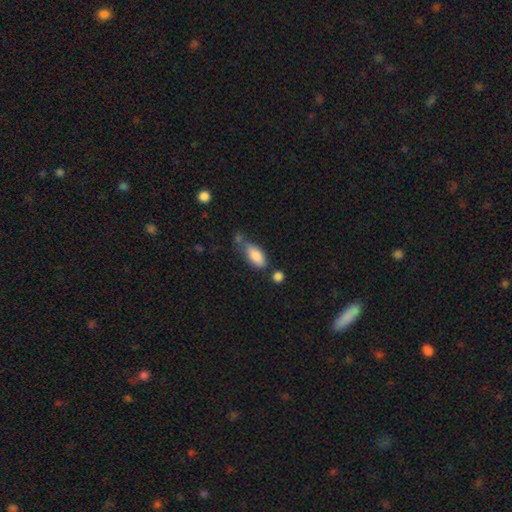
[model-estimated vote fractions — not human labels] A smooth galaxy with no disk features (83%) that is in between round and cigar-shaped (86%). Merging: none (44%).